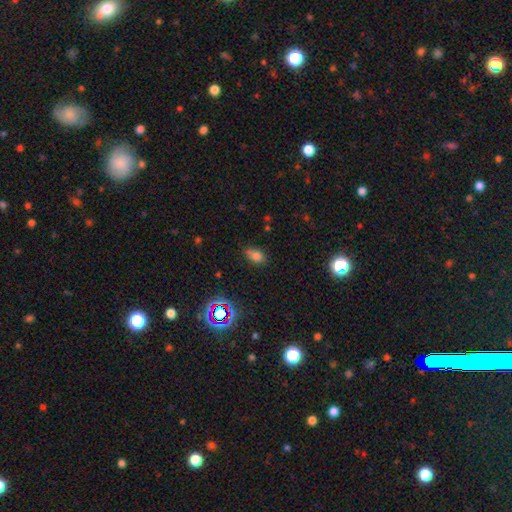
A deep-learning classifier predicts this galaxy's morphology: smooth_or_featured: smooth (p=0.73) [alt: star or artifact p=0.19]
how_rounded: in between (p=0.81) [alt: round p=0.16]
merging: none (p=0.64) [alt: minor disturbance p=0.25]